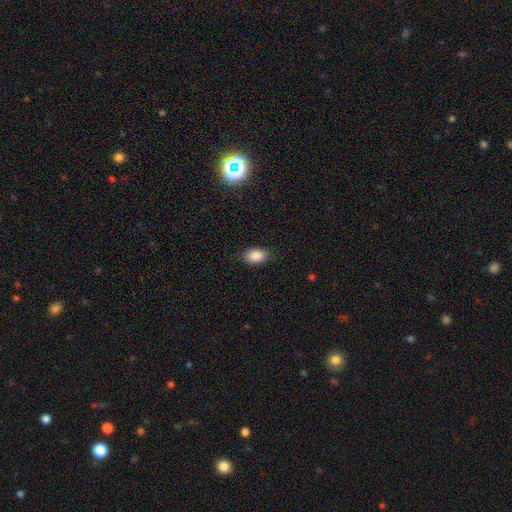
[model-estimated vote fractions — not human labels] A smooth galaxy with no disk features (88%) that is in between round and cigar-shaped (87%). Merging: none (83%).